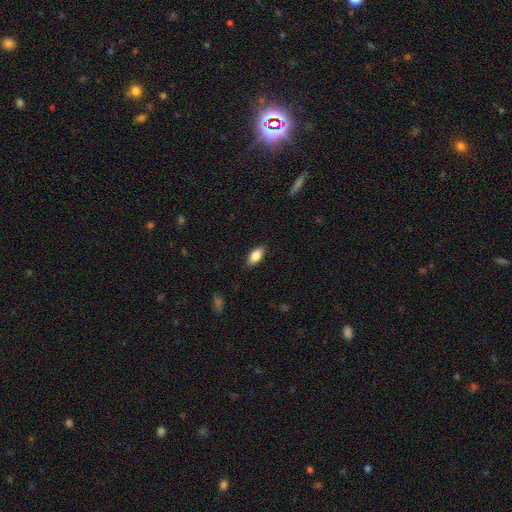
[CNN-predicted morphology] Smooth or featured?
  - smooth: 84% *
  - featured or disk: 9%
  - star or artifact: 7%
How rounded?
  - in between: 89% *
  - cigar-shaped: 7%
  - round: 3%
Merging?
  - none: 86% *
  - minor disturbance: 11%
  - major disturbance: 2%
  - merger: 1%